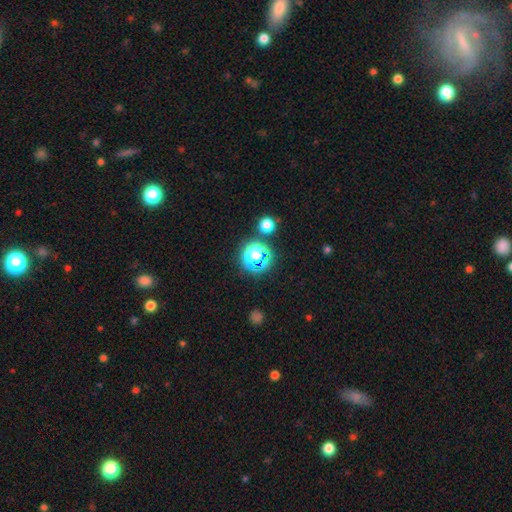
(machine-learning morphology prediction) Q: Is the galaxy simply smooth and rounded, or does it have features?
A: star or artifact — 50%.